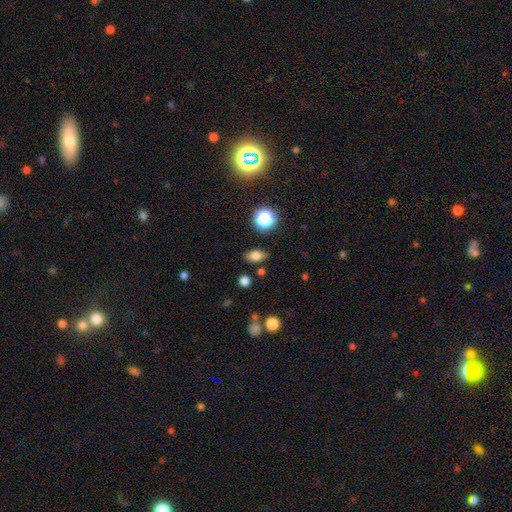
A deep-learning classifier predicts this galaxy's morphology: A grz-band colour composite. It shows a smooth galaxy with no disk features (78%) that is in between round and cigar-shaped (81%). Merging: none (83%).